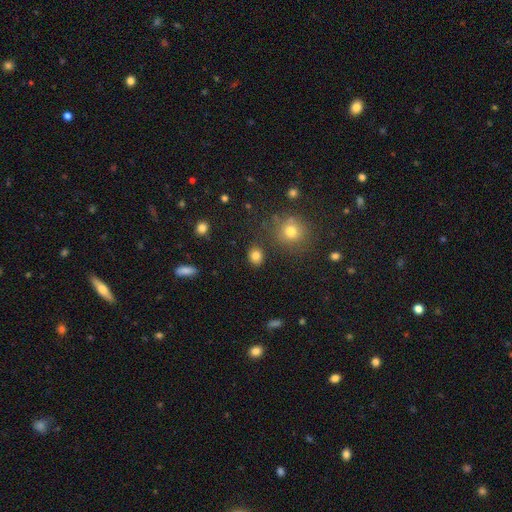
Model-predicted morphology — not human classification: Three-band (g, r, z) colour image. It shows a smooth galaxy with no disk features (82%) that is round (65%). Merging: none (85%).